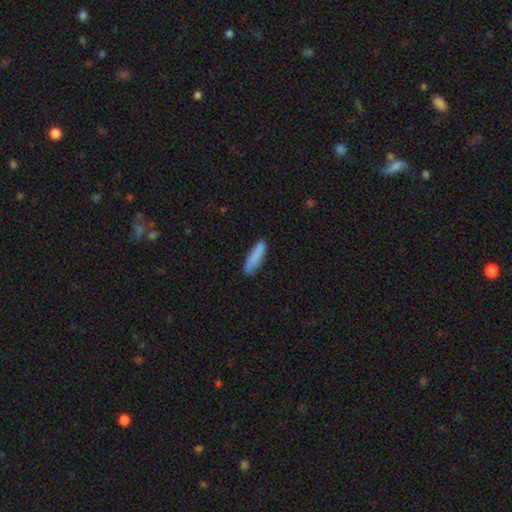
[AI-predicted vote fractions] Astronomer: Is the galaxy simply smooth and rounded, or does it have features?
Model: smooth — 86%.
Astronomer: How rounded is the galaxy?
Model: cigar-shaped — 71%.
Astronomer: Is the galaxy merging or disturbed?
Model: none — 85%.